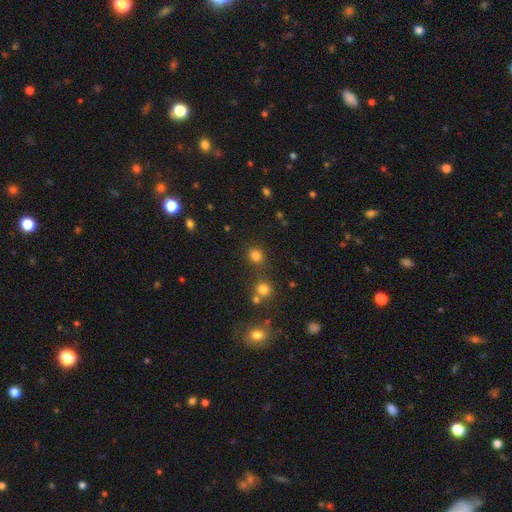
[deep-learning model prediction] A smooth galaxy with no disk features (78%) that is round (84%). Merging: none (78%).